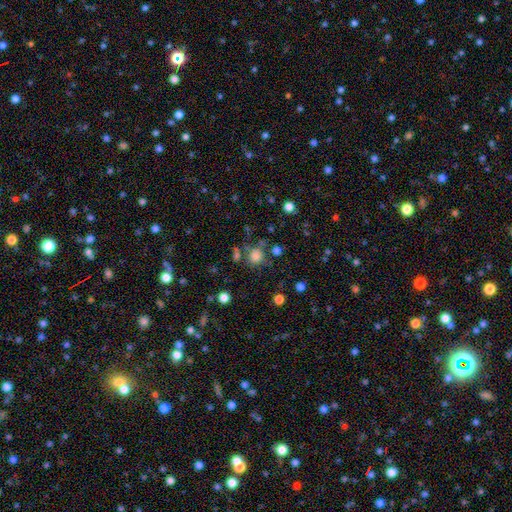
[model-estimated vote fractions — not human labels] Smooth or featured: smooth — 80% (star or artifact — 14%)
How rounded: round — 85% (in between — 14%)
Merging: none — 69% (minor disturbance — 13%)